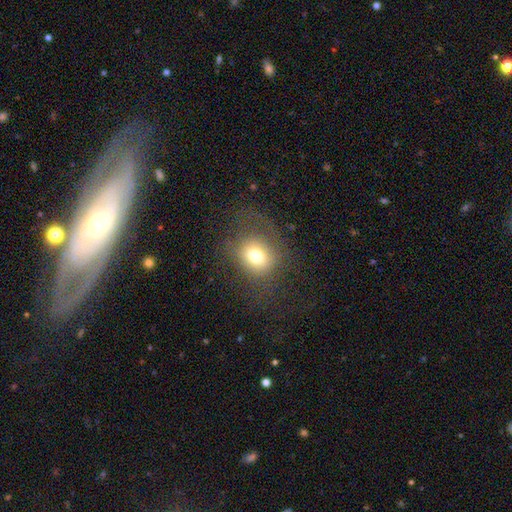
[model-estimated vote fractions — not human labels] Smooth or featured? smooth (72%)
How rounded? round (62%)
Merging? none (65%)